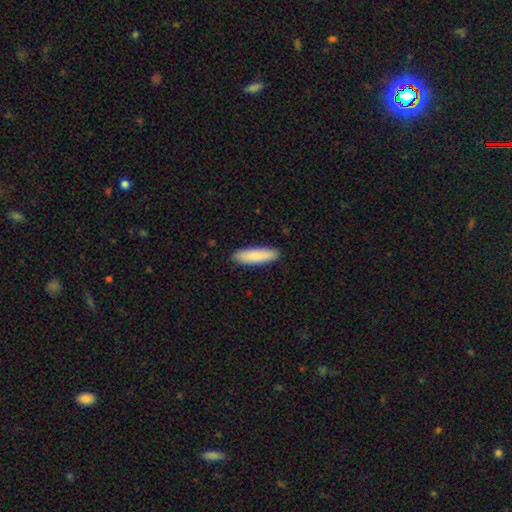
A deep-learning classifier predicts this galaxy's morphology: Smooth or featured? Predicted: smooth (p=0.85). How rounded? Predicted: cigar-shaped (p=0.63). Merging? Predicted: none (p=0.89).